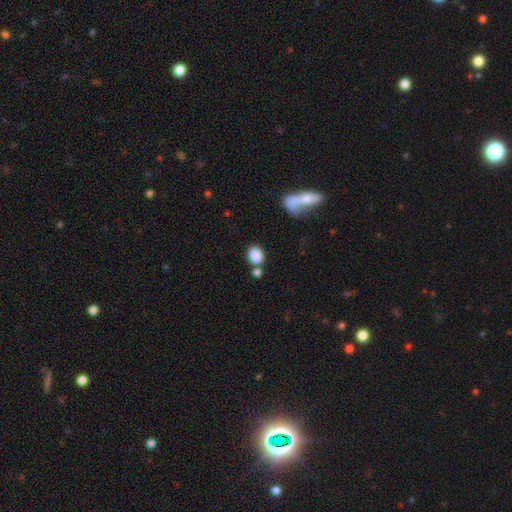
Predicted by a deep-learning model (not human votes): The model was most divided on "how rounded": round: 53%, in between: 46%, cigar-shaped: 1%. More confident: smooth or featured — smooth (86%); merging — none (60%).